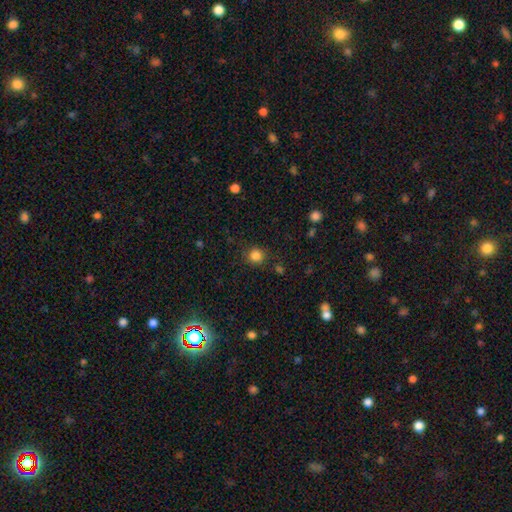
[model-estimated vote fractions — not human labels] A smooth galaxy with no disk features (84%) that is round (90%). Merging: none (85%).